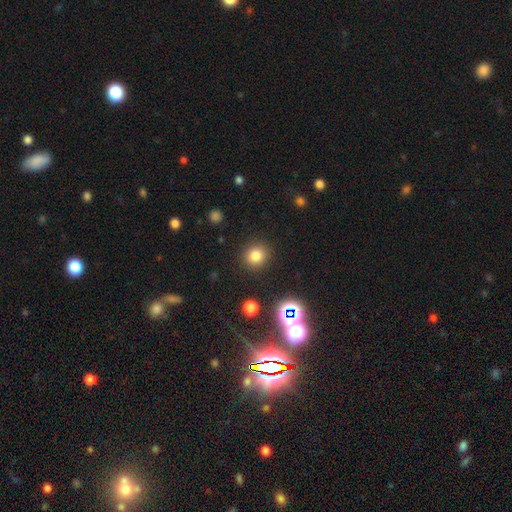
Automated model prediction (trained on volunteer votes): A smooth galaxy with no disk features (78%) that is round (88%). Merging: none (88%).